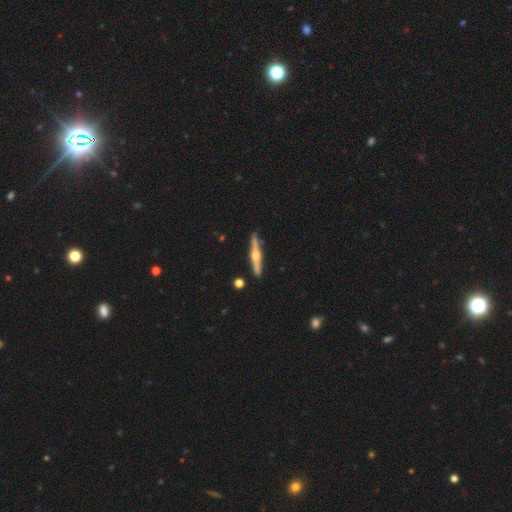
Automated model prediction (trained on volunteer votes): This is likely a featured or disk galaxy (70%). It is clearly viewed edge-on (97%). Edge-on bulge: clearly rounded (93%). Merging: clearly none (86%).